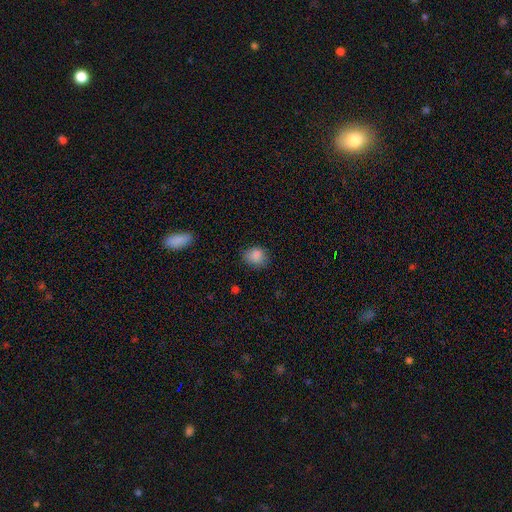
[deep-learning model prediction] Smooth or featured? smooth (86%)
How rounded? round (54%)
Merging? none (74%)